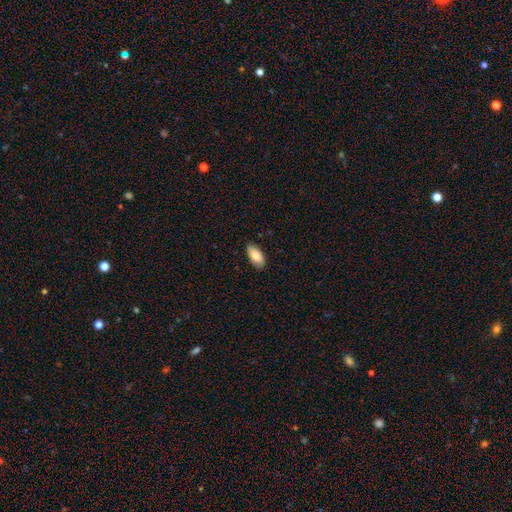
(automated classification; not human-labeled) Smooth or featured? Predicted: smooth (p=0.84). How rounded? Predicted: in between (p=0.92). Merging? Predicted: none (p=0.84).